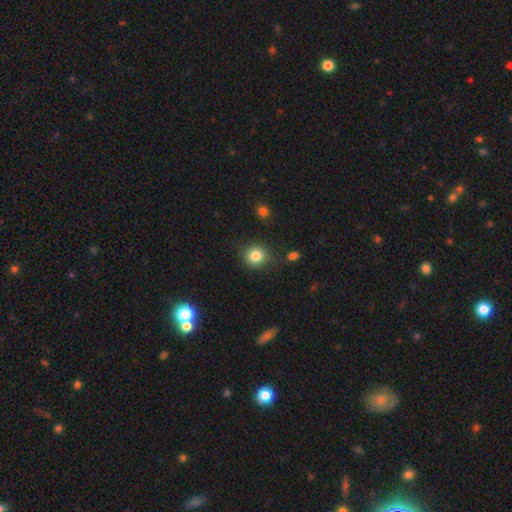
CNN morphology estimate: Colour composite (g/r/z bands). It shows a smooth galaxy with no disk features (83%) that is round (90%). Merging: none (83%).